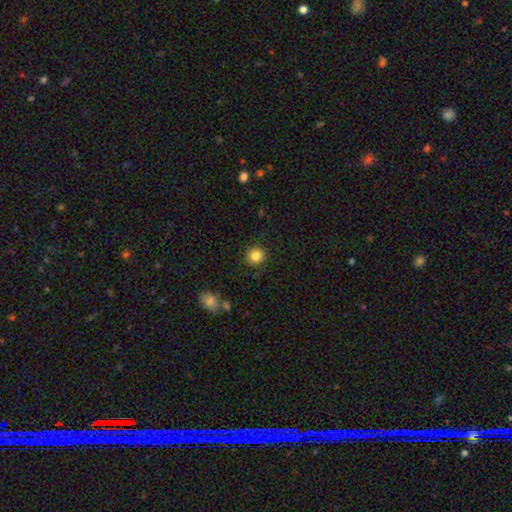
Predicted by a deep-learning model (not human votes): Smooth or featured? Predicted: smooth (p=0.86). How rounded? Predicted: round (p=0.92). Merging? Predicted: none (p=0.90).